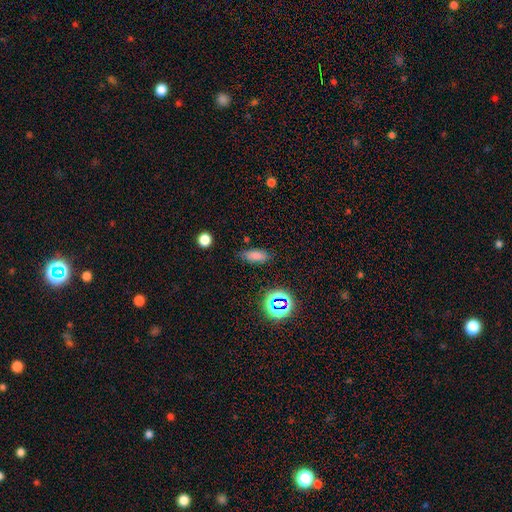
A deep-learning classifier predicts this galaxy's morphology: Smooth or featured: smooth — 76% (star or artifact — 16%)
How rounded: in between — 74% (cigar-shaped — 21%)
Merging: none — 79% (minor disturbance — 15%)